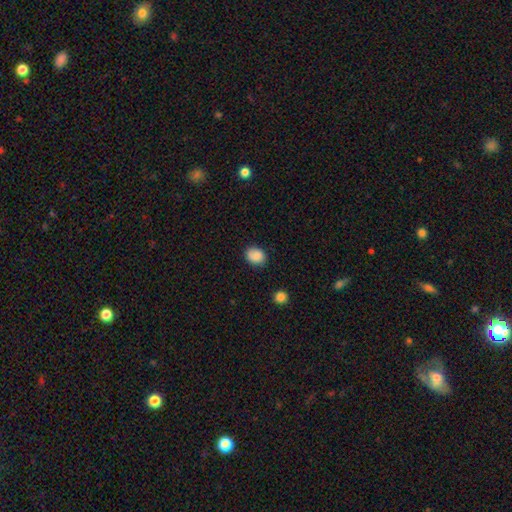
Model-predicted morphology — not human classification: smooth_or_featured: smooth (p=0.86) [alt: star or artifact p=0.09]
how_rounded: in between (p=0.50) [tied with: round p=0.50]
merging: none (p=0.80) [alt: minor disturbance p=0.15]